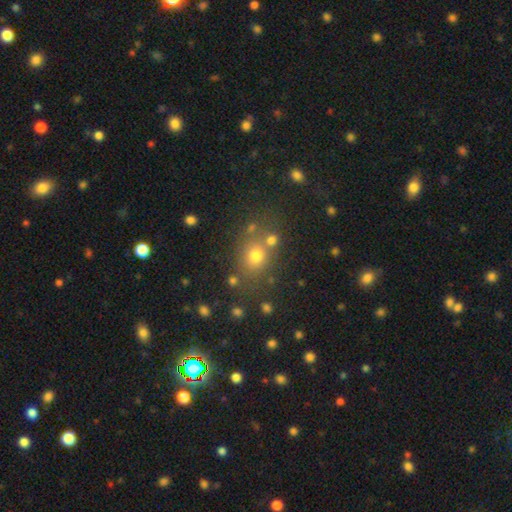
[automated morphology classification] The model was most divided on "how rounded": round: 68%, in between: 31%, cigar-shaped: 1%. More confident: merging — none (72%); smooth or featured — smooth (69%).